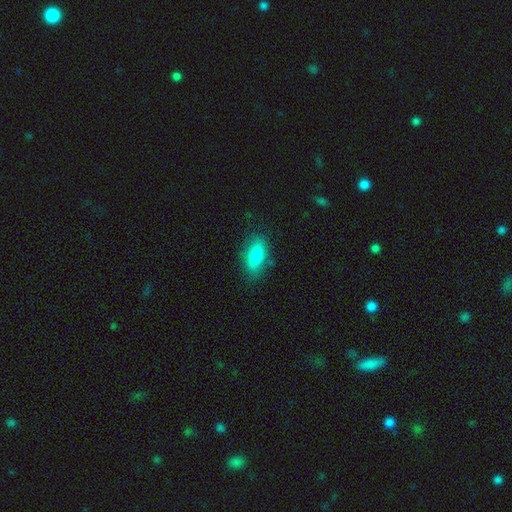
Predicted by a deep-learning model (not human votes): This appears to be a smooth galaxy with no disk features (80%) that is in between round and cigar-shaped (85%). Merging: none (78%).